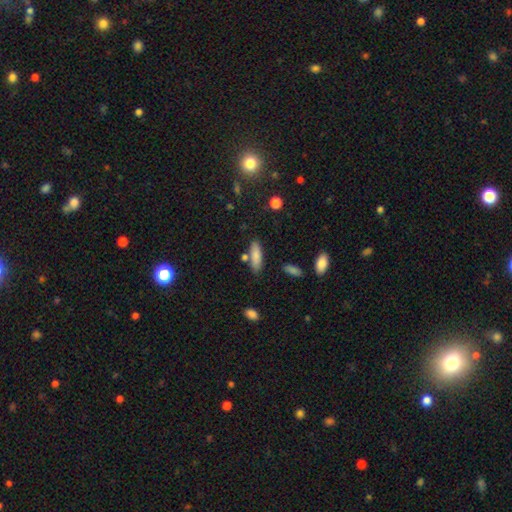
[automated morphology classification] This appears to be a smooth galaxy with no disk features (84%) that is in between round and cigar-shaped (52%). Merging: none (74%).